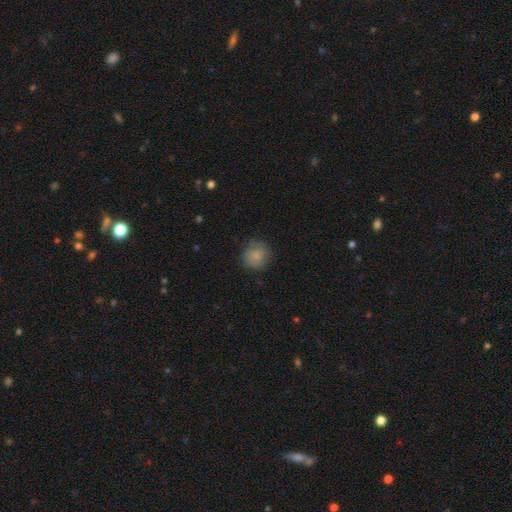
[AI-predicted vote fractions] Smooth or featured?
  - smooth: 83% *
  - featured or disk: 9%
  - star or artifact: 8%
How rounded?
  - round: 88% *
  - in between: 11%
  - cigar-shaped: 1%
Merging?
  - none: 79% *
  - minor disturbance: 16%
  - major disturbance: 4%
  - merger: 1%